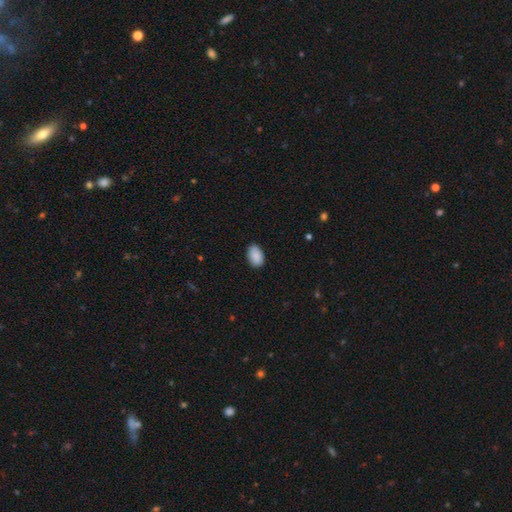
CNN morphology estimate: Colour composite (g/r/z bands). It shows a smooth galaxy with no disk features (90%) that is in between round and cigar-shaped (90%). Merging: none (88%).